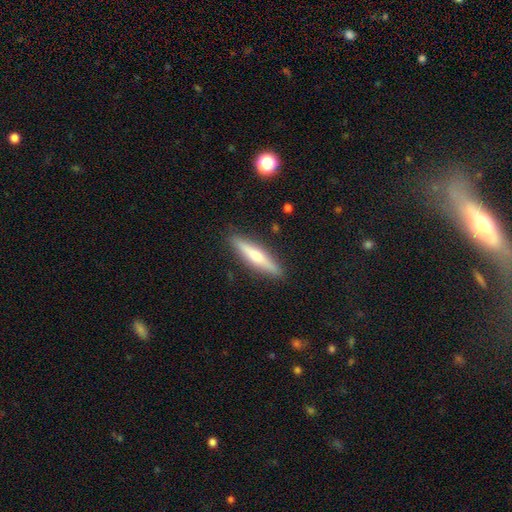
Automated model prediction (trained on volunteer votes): smooth_or_featured: smooth (p=0.50) [alt: featured or disk p=0.44]
how_rounded: cigar-shaped (p=0.87) [alt: in between p=0.11]
merging: none (p=0.89) [alt: minor disturbance p=0.08]